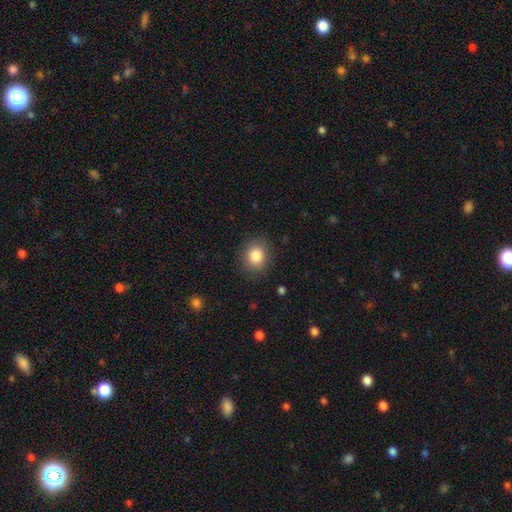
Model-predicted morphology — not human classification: Q: Smooth or featured?
A: smooth (84%); runner-up: star or artifact (9%)
Q: How rounded?
A: round (67%); runner-up: in between (32%)
Q: Merging?
A: none (86%); runner-up: minor disturbance (9%)